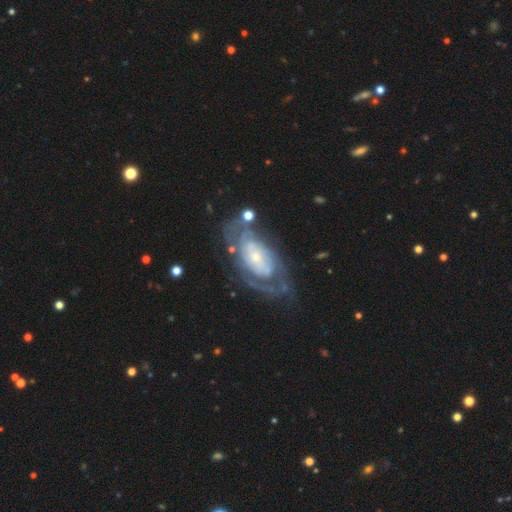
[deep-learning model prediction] The model was most divided on "spiral arm count": can't tell: 46%, 2: 30%, 3: 9%, 1: 6%, 4: 5%, more than 4: 4%. More confident: edge-on disk — no (93%); spiral arms — yes (81%); smooth or featured — featured or disk (80%); bar — no (72%); bulge size — small (72%); merging — none (65%); spiral winding — tight (63%).